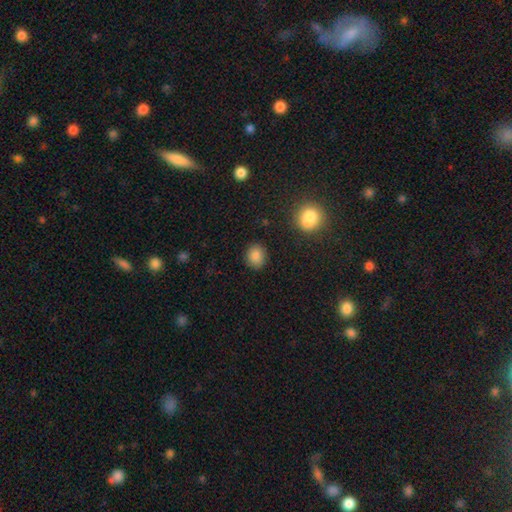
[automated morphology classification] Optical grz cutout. It shows a smooth galaxy with no disk features (84%) that is round (67%). Merging: none (88%).